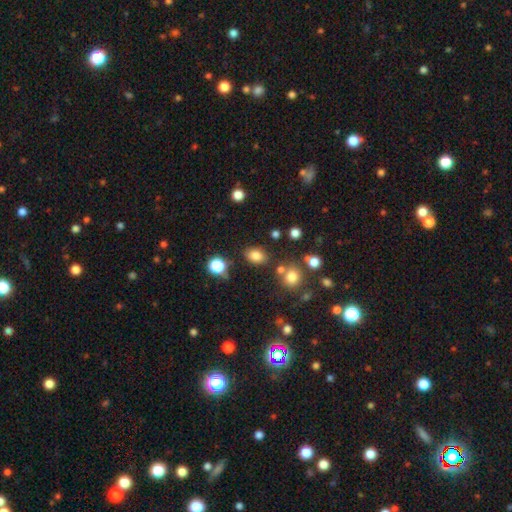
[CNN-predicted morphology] This appears to be a smooth galaxy with no disk features (80%) that is in between round and cigar-shaped (71%). Merging: none (76%).